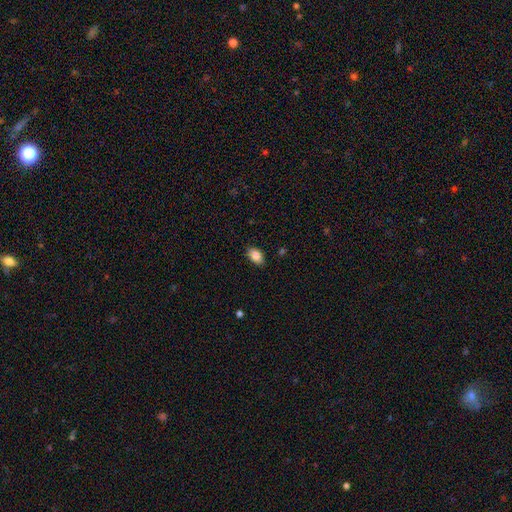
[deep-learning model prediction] A smooth galaxy with no disk features (85%) that is in between round and cigar-shaped (88%). Merging: none (87%).